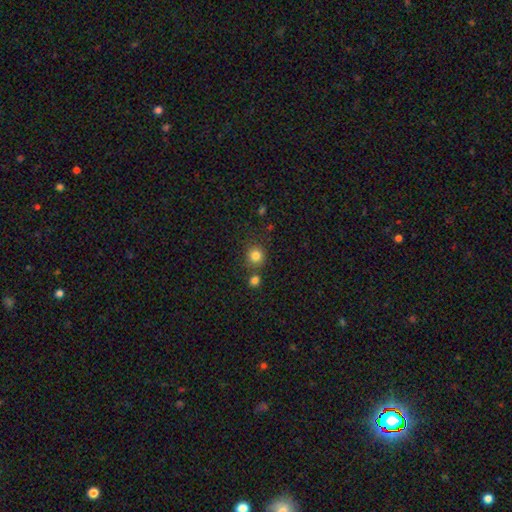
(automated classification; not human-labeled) smooth_or_featured: smooth (p=0.82) [alt: star or artifact p=0.12]
how_rounded: round (p=0.90) [alt: in between p=0.09]
merging: none (p=0.73) [alt: merger p=0.15]